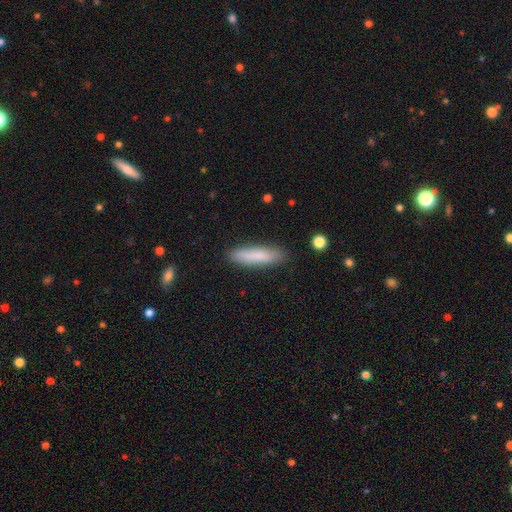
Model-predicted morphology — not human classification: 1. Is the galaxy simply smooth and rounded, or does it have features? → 81% smooth, 12% featured or disk, 6% star or artifact.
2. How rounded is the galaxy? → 81% cigar-shaped, 18% in between, 1% round.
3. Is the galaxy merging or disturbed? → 87% none, 9% minor disturbance, 2% major disturbance, 1% merger.